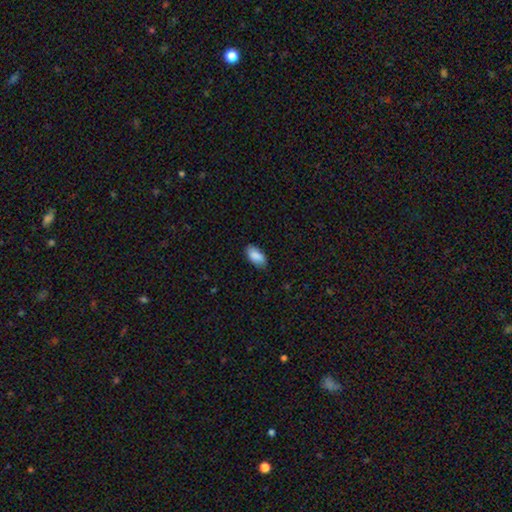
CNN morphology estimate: smooth 88%, star or artifact 6%, featured or disk 5%. Down the decision tree: how rounded — in between (94%); merging — none (84%).